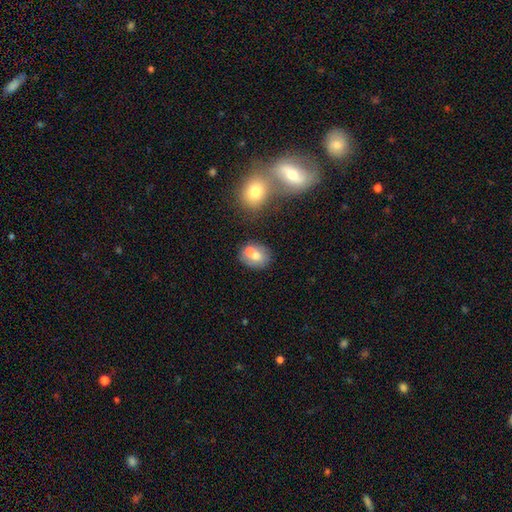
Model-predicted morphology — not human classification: This is likely a smooth galaxy (68%). How rounded: possibly round (55%). Merging: marginally none (43%).